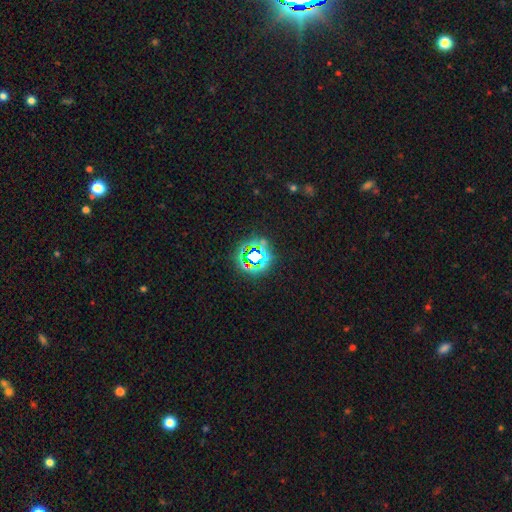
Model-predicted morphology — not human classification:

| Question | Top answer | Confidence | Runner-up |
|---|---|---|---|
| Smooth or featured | star or artifact | 71% | smooth (18%) |